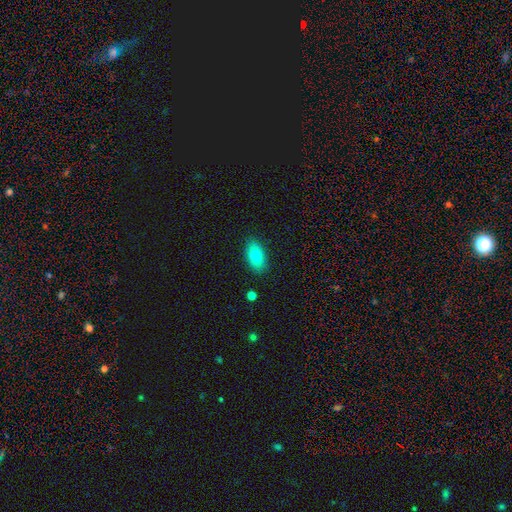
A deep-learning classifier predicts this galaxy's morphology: Smooth or featured: smooth — 77% (featured or disk — 15%)
How rounded: in between — 90% (cigar-shaped — 5%)
Merging: none — 87% (minor disturbance — 9%)